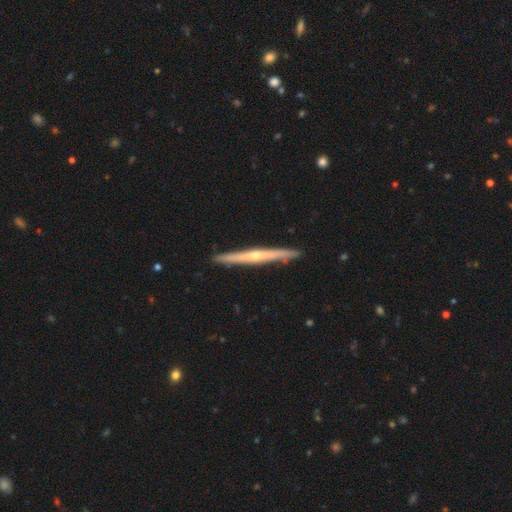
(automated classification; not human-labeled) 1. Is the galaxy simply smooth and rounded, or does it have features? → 73% featured or disk, 21% smooth, 5% star or artifact.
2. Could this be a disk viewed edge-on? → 97% yes, 3% no.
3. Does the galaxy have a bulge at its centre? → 72% rounded, 25% none, 3% boxy.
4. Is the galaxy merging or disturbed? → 91% none, 7% minor disturbance, 1% major disturbance, 1% merger.